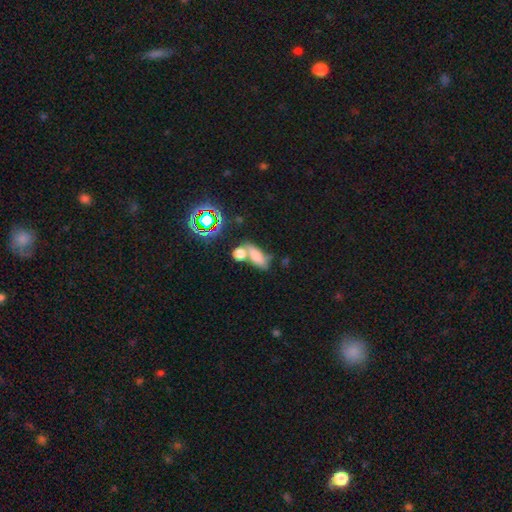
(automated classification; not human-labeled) A smooth galaxy with no disk features (69%) that is in between round and cigar-shaped (72%). Merging: merger (40%).